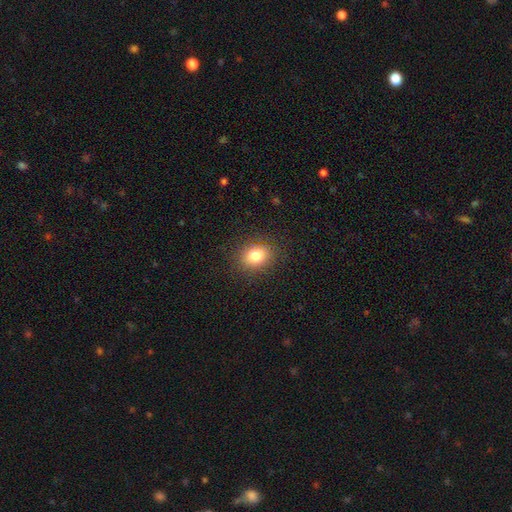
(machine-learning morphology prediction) smooth-or-featured: smooth: 81% | star or artifact: 11% | featured or disk: 8%
  how-rounded: round: 51% | in between: 48% | cigar-shaped: 1%
  merging: none: 88% | minor disturbance: 8% | major disturbance: 3% | merger: 1%